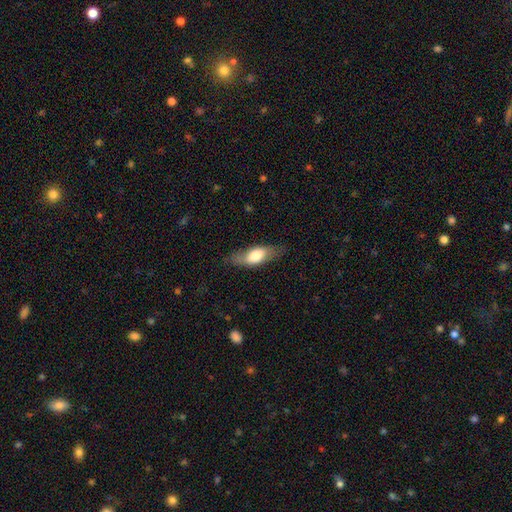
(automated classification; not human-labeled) This appears to be a smooth galaxy with no disk features (64%) that is in between round and cigar-shaped (69%). Merging: none (75%).